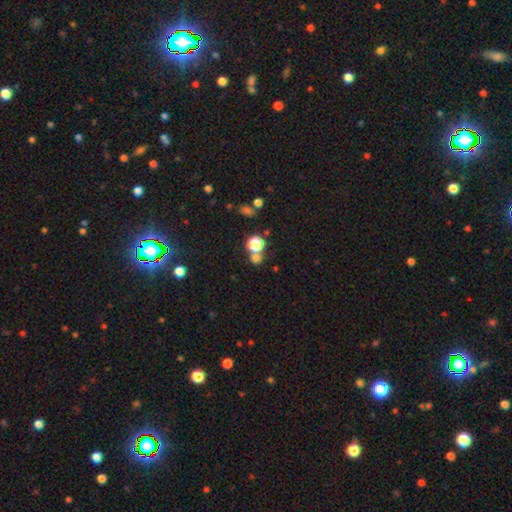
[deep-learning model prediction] Smooth or featured: star or artifact — 47% (smooth — 44%)